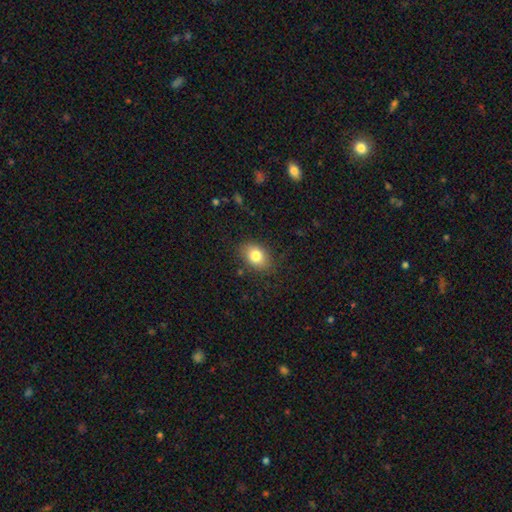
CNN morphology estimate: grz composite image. It shows a smooth galaxy with no disk features (80%) that is in between round and cigar-shaped (78%). Merging: none (83%).